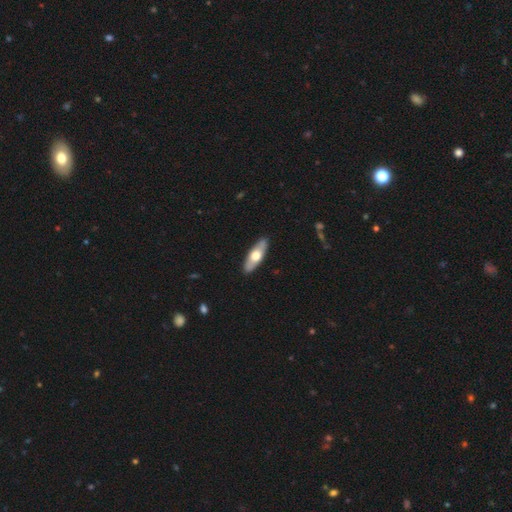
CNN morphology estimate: Smooth or featured? Predicted: smooth (p=0.53). How rounded? Predicted: in between (p=0.58). Merging? Predicted: none (p=0.89).